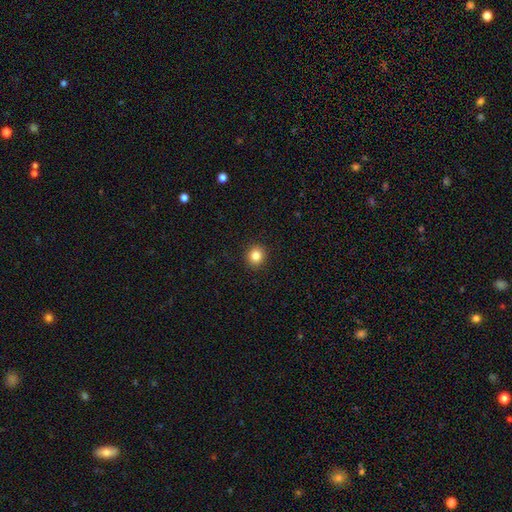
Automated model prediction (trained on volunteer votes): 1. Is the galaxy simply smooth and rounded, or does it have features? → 84% smooth, 11% star or artifact, 5% featured or disk.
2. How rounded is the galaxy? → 85% round, 14% in between, 1% cigar-shaped.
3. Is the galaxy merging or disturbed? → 92% none, 5% minor disturbance, 2% major disturbance, 1% merger.